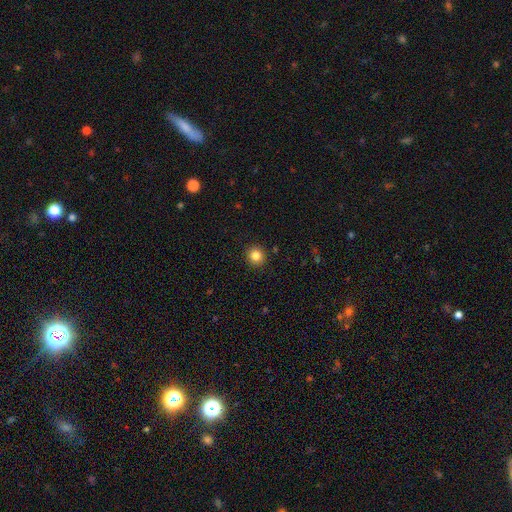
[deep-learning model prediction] smooth_or_featured: smooth (p=0.84) [alt: star or artifact p=0.11]
how_rounded: round (p=0.92) [alt: in between p=0.07]
merging: none (p=0.91) [alt: minor disturbance p=0.06]